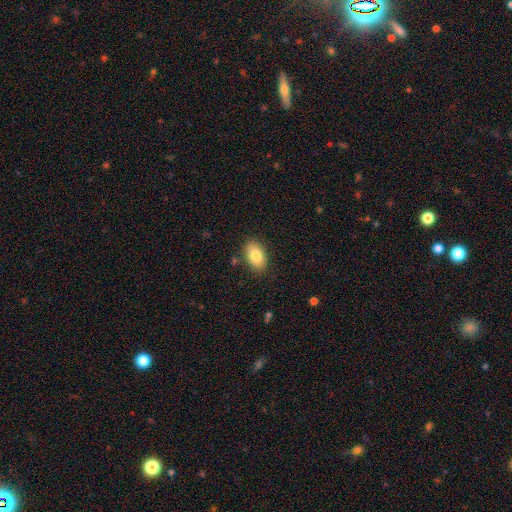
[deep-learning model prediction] The model was most divided on "merging": none: 84%, minor disturbance: 11%, major disturbance: 3%, merger: 2%. More confident: how rounded — in between (92%); smooth or featured — smooth (85%).